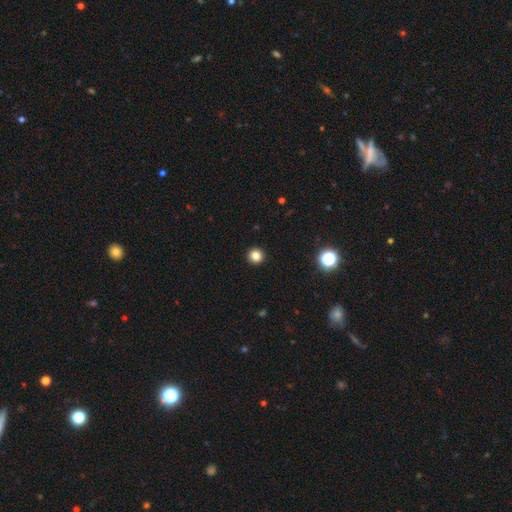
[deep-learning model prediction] A smooth galaxy with no disk features (83%) that is round (95%). Merging: none (94%).